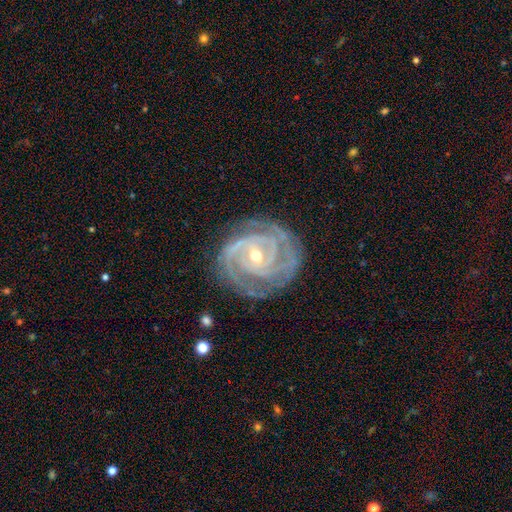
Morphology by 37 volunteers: Volunteers were most divided on "spiral arm count": 2: 43%, 3: 34%, 4: 11%, can't tell: 9%, more than 4: 3%, 1: 0%. Remaining: edge-on disk — no (100%); spiral arms — yes (100%); smooth or featured — featured or disk (95%); merging — none (89%); spiral winding — tight (77%); bulge size — small (63%); bar — no (43%).